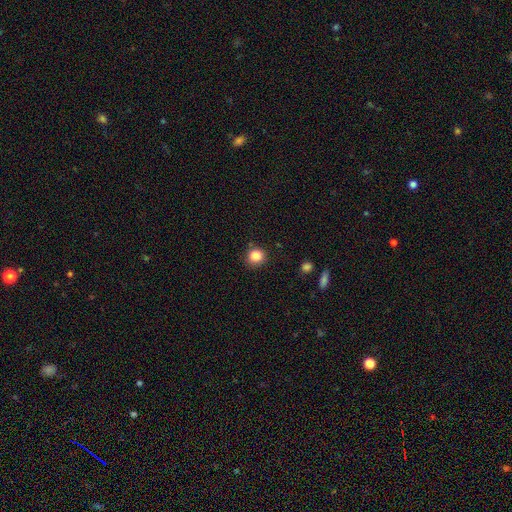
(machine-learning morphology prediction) smooth-or-featured: smooth: 86% | star or artifact: 11% | featured or disk: 4%
  how-rounded: round: 88% | in between: 11% | cigar-shaped: 1%
  merging: none: 85% | minor disturbance: 10% | major disturbance: 3% | merger: 2%